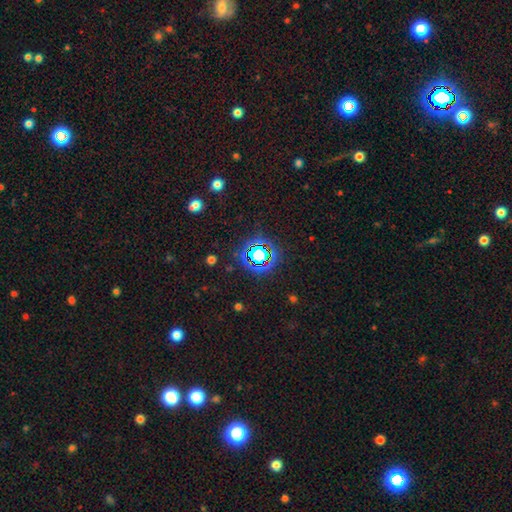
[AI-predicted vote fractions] This is likely a star or artifact rather than a galaxy (68%).